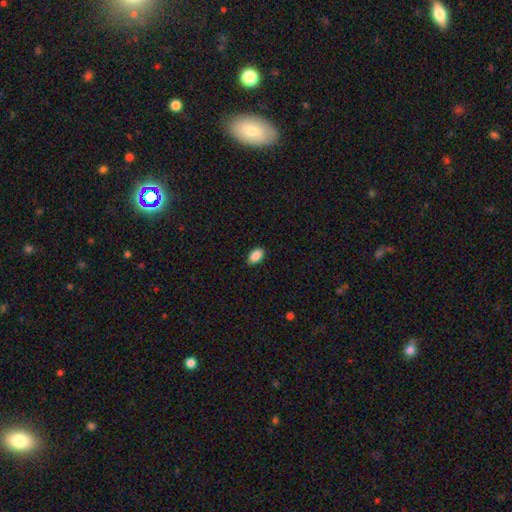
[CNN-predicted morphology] Smooth or featured?
  - smooth: 90% *
  - star or artifact: 7%
  - featured or disk: 3%
How rounded?
  - in between: 93% *
  - round: 5%
  - cigar-shaped: 2%
Merging?
  - none: 89% *
  - minor disturbance: 8%
  - major disturbance: 2%
  - merger: 1%